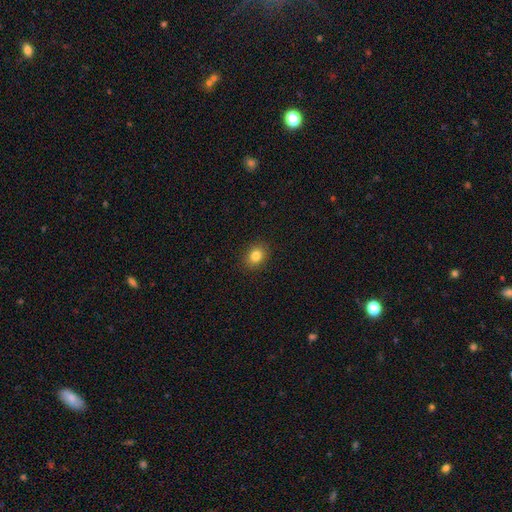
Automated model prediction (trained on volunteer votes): The model was most divided on "how rounded": round: 53%, in between: 47%, cigar-shaped: 1%. More confident: merging — none (90%); smooth or featured — smooth (84%).